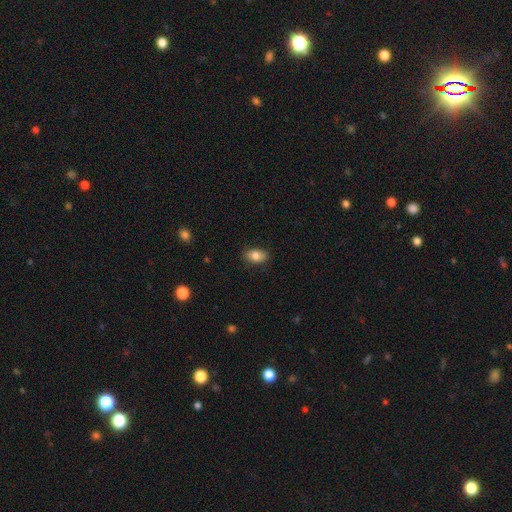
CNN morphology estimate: smooth-or-featured: smooth: 83% | featured or disk: 9% | star or artifact: 8%
  how-rounded: in between: 88% | round: 10% | cigar-shaped: 2%
  merging: none: 86% | minor disturbance: 11% | major disturbance: 2% | merger: 1%